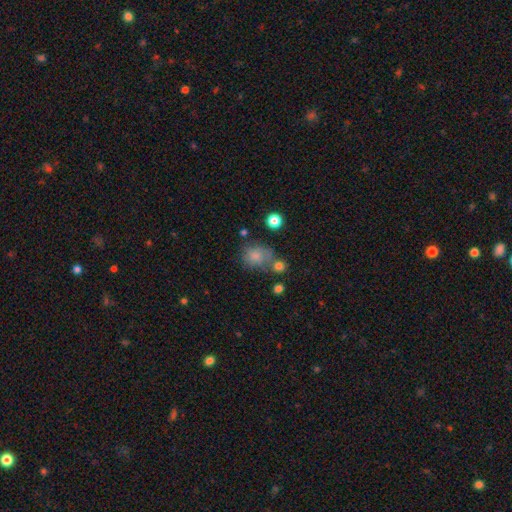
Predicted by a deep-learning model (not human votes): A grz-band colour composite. It shows a smooth galaxy with no disk features (76%) that is round (59%). Merging: none (47%).